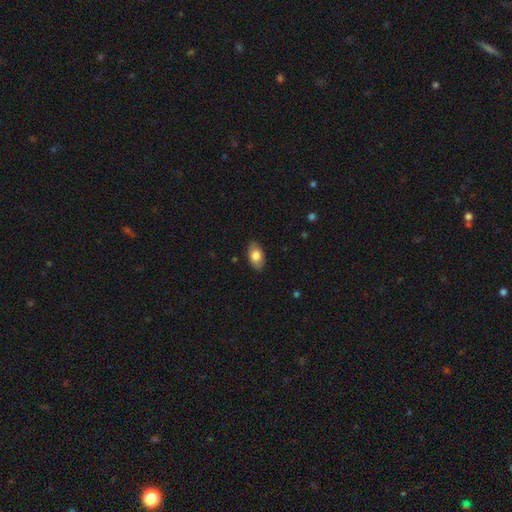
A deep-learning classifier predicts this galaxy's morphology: Smooth or featured?
  - smooth: 76% *
  - featured or disk: 18%
  - star or artifact: 6%
How rounded?
  - in between: 93% *
  - round: 5%
  - cigar-shaped: 2%
Merging?
  - none: 85% *
  - minor disturbance: 12%
  - major disturbance: 2%
  - merger: 1%